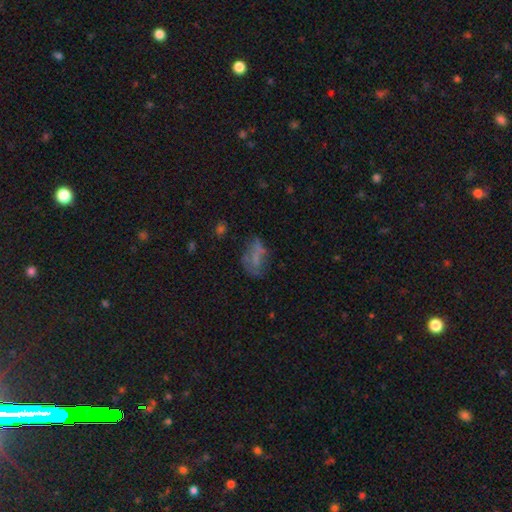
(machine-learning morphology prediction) type=smooth (48%); merging=none (44%).